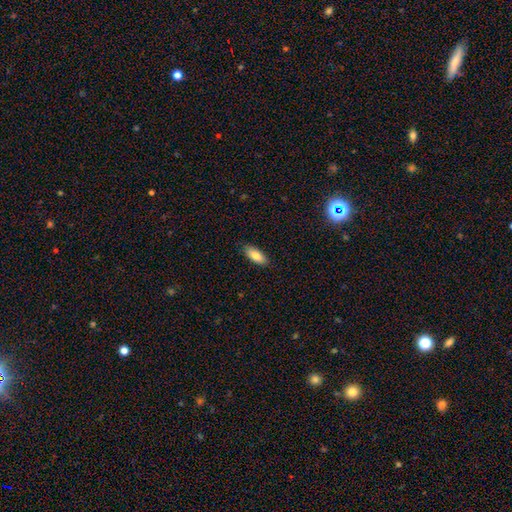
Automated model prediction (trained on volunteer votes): Q: Smooth or featured?
A: smooth (83%); runner-up: featured or disk (11%)
Q: How rounded?
A: in between (81%); runner-up: cigar-shaped (18%)
Q: Merging?
A: none (87%); runner-up: minor disturbance (10%)